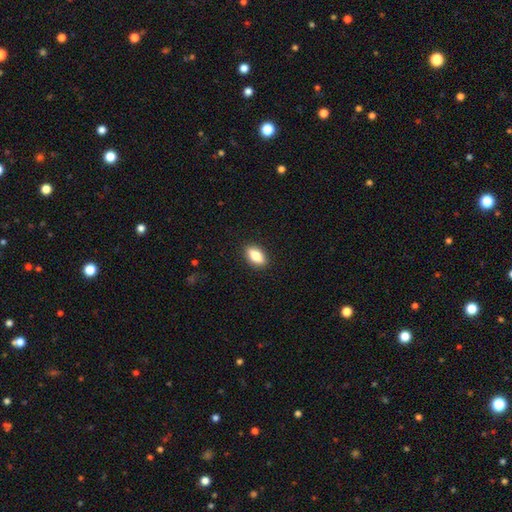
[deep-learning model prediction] A smooth galaxy with no disk features (78%) that is in between round and cigar-shaped (84%). Merging: none (89%).